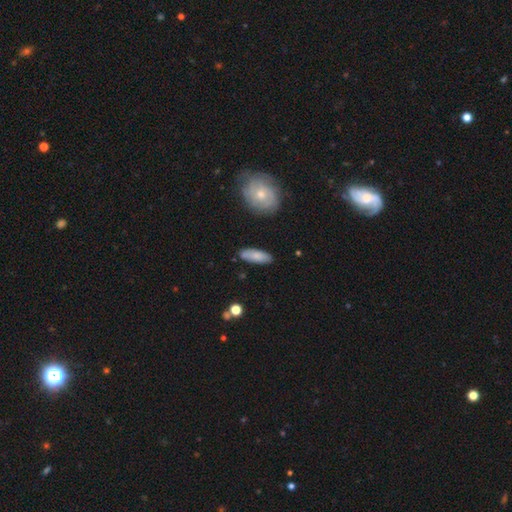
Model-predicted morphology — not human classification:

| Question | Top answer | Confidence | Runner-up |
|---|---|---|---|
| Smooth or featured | smooth | 75% | featured or disk (19%) |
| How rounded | in between | 67% | cigar-shaped (31%) |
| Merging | none | 82% | minor disturbance (13%) |